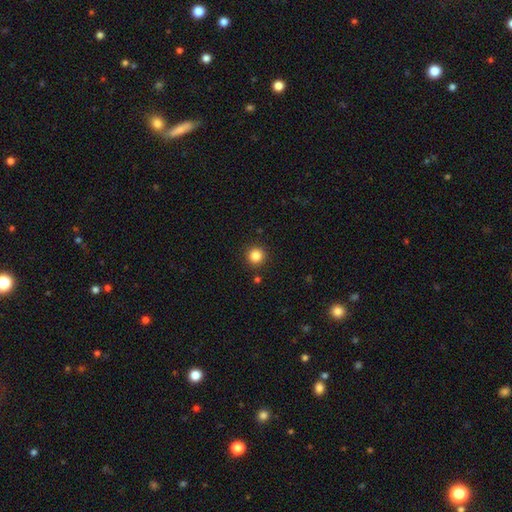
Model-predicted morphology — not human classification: smooth 85%, star or artifact 11%, featured or disk 4%. Down the decision tree: how rounded — round (95%); merging — none (91%).